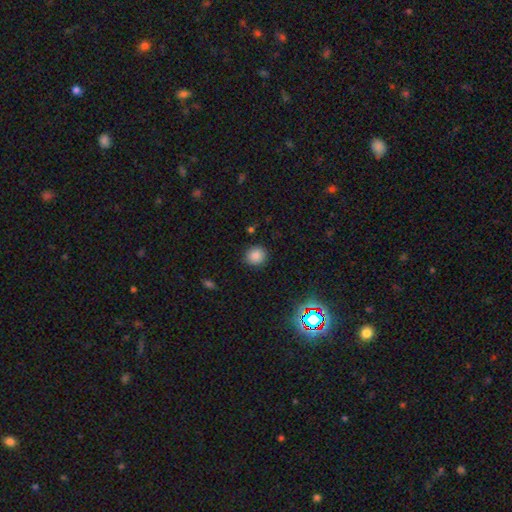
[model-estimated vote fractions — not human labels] Smooth or featured? Predicted: smooth (p=0.84). How rounded? Predicted: round (p=0.85). Merging? Predicted: none (p=0.89).